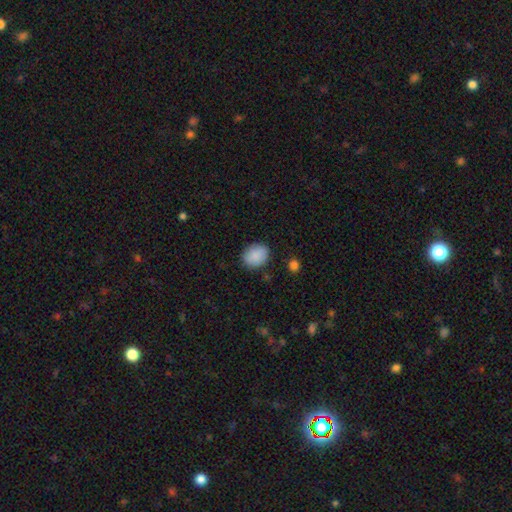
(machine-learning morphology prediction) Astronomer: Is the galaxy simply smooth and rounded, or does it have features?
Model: smooth — 89%.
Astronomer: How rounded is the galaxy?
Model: in between — 58% (runner-up: round, 41%).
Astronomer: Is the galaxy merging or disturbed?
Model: none — 84%.